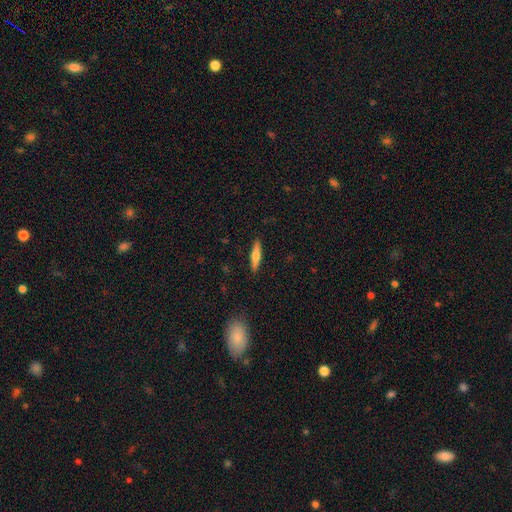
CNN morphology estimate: smooth_or_featured: smooth (p=0.52) [alt: featured or disk p=0.42]
how_rounded: cigar-shaped (p=0.80) [alt: in between p=0.18]
merging: none (p=0.90) [alt: minor disturbance p=0.07]